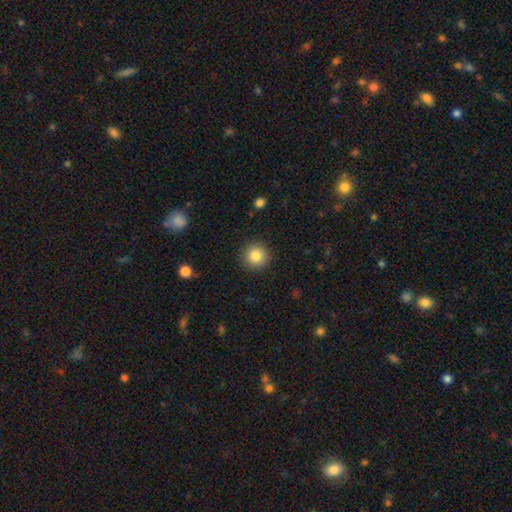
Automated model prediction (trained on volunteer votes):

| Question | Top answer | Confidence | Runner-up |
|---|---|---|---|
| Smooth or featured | smooth | 84% | star or artifact (10%) |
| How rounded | round | 95% | in between (4%) |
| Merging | none | 91% | minor disturbance (6%) |